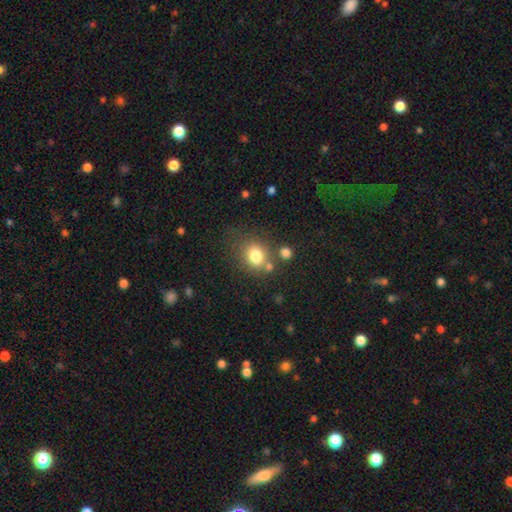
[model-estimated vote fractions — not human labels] smooth 79%, star or artifact 12%, featured or disk 9%. Down the decision tree: how rounded — round (60%); merging — none (64%).